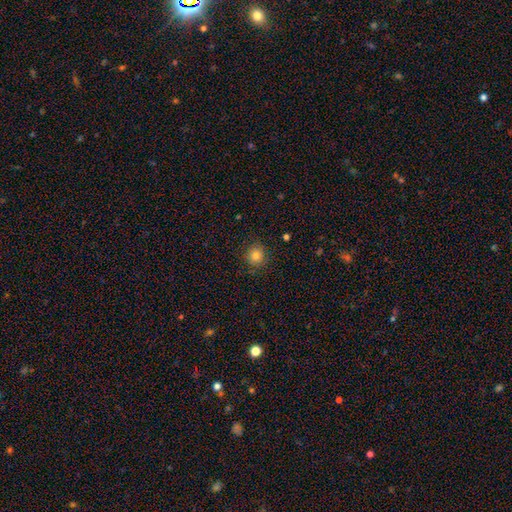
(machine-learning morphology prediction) Overall: smooth (81%). How rounded: round (91%). Merging: none (88%).